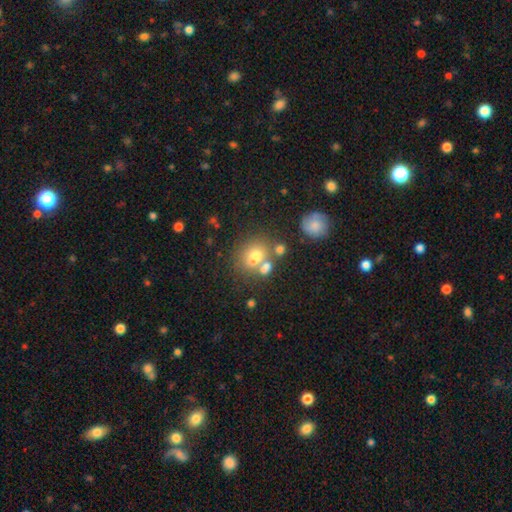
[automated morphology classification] Smooth or featured?
  - smooth: 66% *
  - featured or disk: 19%
  - star or artifact: 15%
How rounded?
  - round: 58% *
  - in between: 41%
  - cigar-shaped: 1%
Merging?
  - none: 46% *
  - merger: 33%
  - minor disturbance: 13%
  - major disturbance: 7%